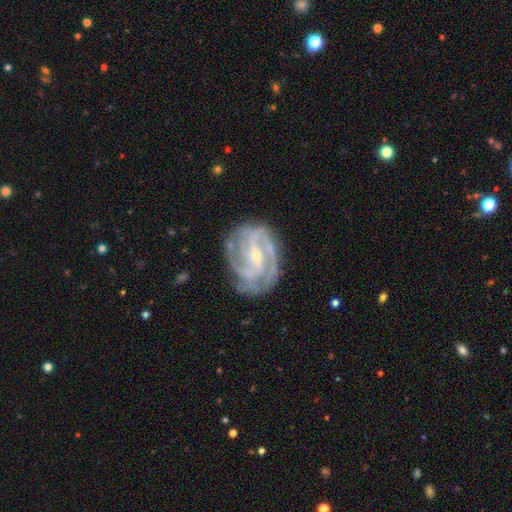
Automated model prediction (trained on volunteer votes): smooth_or_featured: featured or disk (p=0.90) [alt: star or artifact p=0.05]
disk_edge_on: no (p=0.97) [alt: yes p=0.03]
bar: weak (p=0.40) [alt: strong p=0.32]
has_spiral_arms: yes (p=0.97) [alt: no p=0.03]
spiral_winding: tight (p=0.49) [alt: medium p=0.41]
spiral_arm_count: 2 (p=0.32) [alt: 3 p=0.27]
bulge_size: small (p=0.79) [alt: moderate p=0.18]
merging: none (p=0.73) [alt: minor disturbance p=0.18]